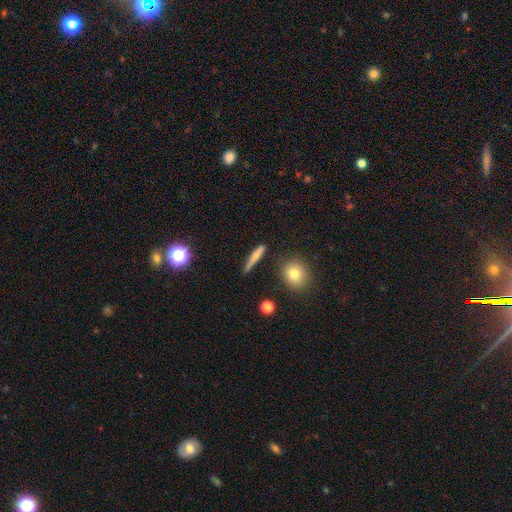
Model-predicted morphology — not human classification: This is likely a smooth galaxy (60%). How rounded: clearly cigar-shaped (85%). Merging: likely none (77%).